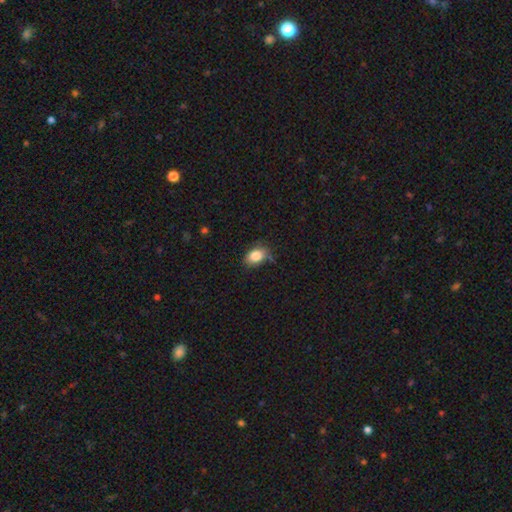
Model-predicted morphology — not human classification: This is clearly a smooth galaxy (84%). How rounded: likely in between (75%). Merging: likely none (64%).